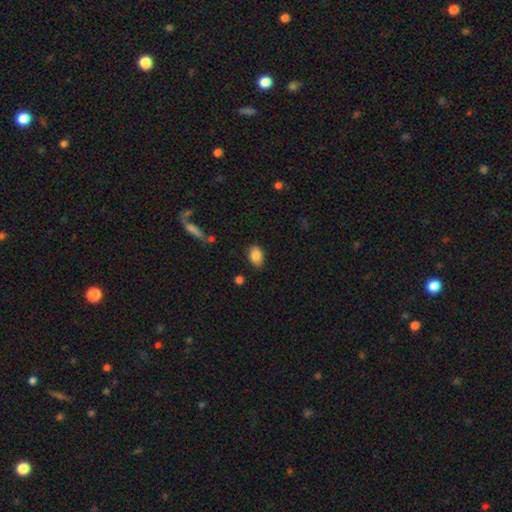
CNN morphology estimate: Smooth or featured?
  - smooth: 86% *
  - star or artifact: 8%
  - featured or disk: 6%
How rounded?
  - in between: 86% *
  - round: 13%
  - cigar-shaped: 1%
Merging?
  - none: 79% *
  - minor disturbance: 16%
  - major disturbance: 3%
  - merger: 2%